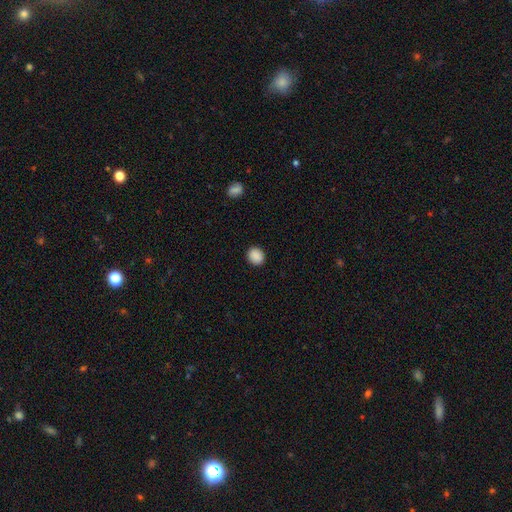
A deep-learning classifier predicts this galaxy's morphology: type=smooth (89%); roundness=round (71%); merging=none (91%).